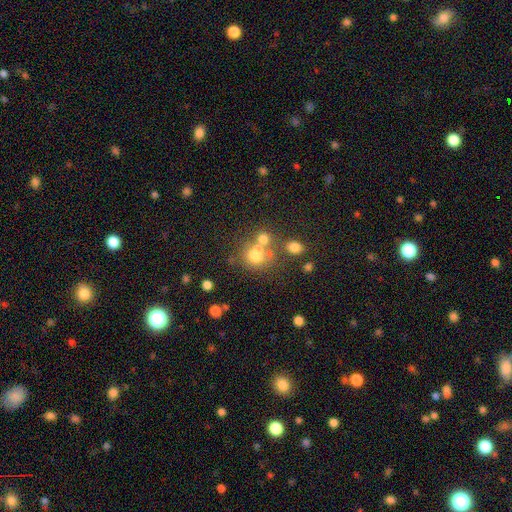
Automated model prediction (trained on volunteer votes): smooth_or_featured: smooth (p=0.63) [alt: featured or disk p=0.20]
how_rounded: round (p=0.79) [alt: in between p=0.20]
merging: none (p=0.45) [alt: merger p=0.39]